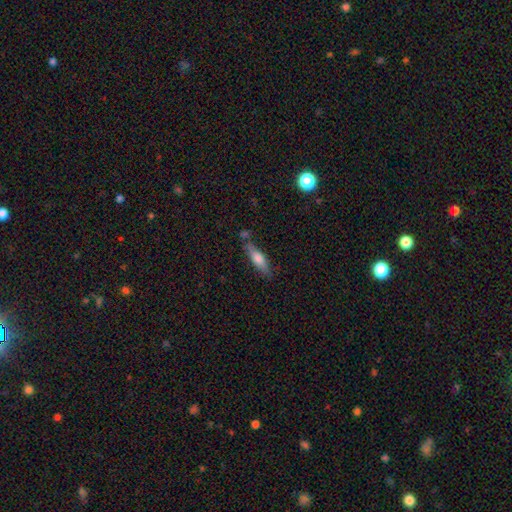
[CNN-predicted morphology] The model was most divided on "smooth or featured": smooth: 58%, featured or disk: 34%, star or artifact: 8%. More confident: merging — none (71%); how rounded — cigar-shaped (64%).